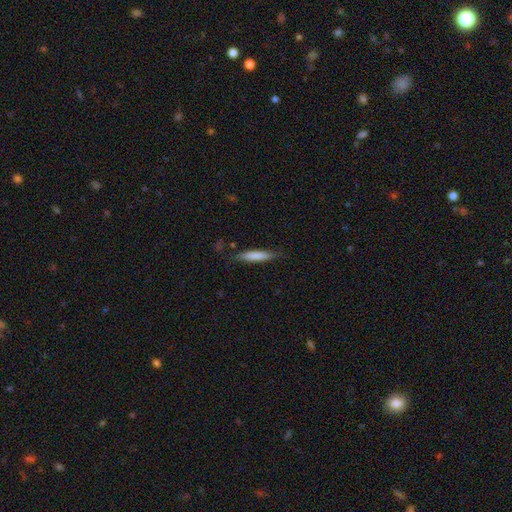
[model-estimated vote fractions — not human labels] smooth-or-featured: smooth: 77% | featured or disk: 17% | star or artifact: 6%
  how-rounded: cigar-shaped: 88% | in between: 11% | round: 1%
  merging: none: 81% | minor disturbance: 14% | major disturbance: 3% | merger: 2%